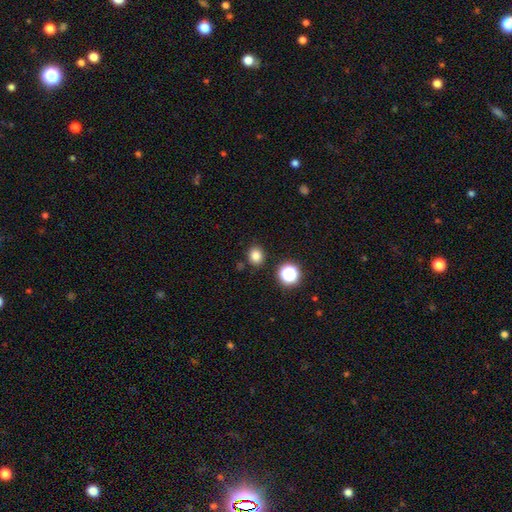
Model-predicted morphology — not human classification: A smooth galaxy with no disk features (80%) that is round (71%).

Vote fractions:
- Smooth or featured? smooth: 80% / star or artifact: 15% / featured or disk: 5%
- How rounded? round: 71% / in between: 28% / cigar-shaped: 1%
- Merging? none: 85% / minor disturbance: 9% / merger: 4% / major disturbance: 3%